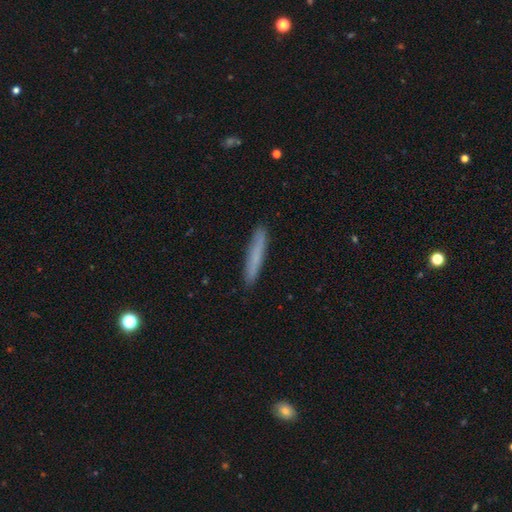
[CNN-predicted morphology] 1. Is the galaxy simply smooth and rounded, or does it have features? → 73% smooth, 20% featured or disk, 7% star or artifact.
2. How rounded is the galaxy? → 95% cigar-shaped, 4% in between, 1% round.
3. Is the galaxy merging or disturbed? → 90% none, 7% minor disturbance, 1% major disturbance, 1% merger.